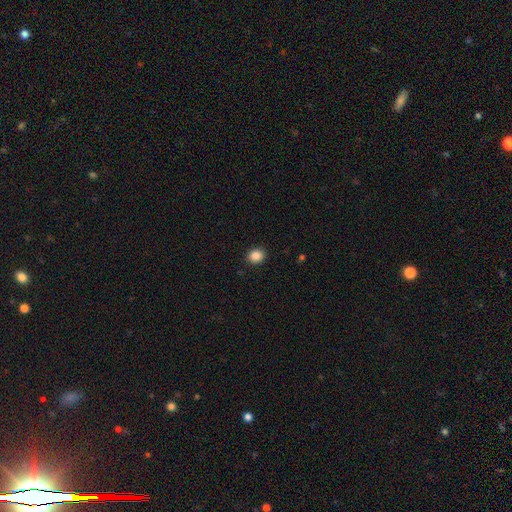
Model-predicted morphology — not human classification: Smooth or featured? smooth (87%)
How rounded? round (66%)
Merging? none (91%)